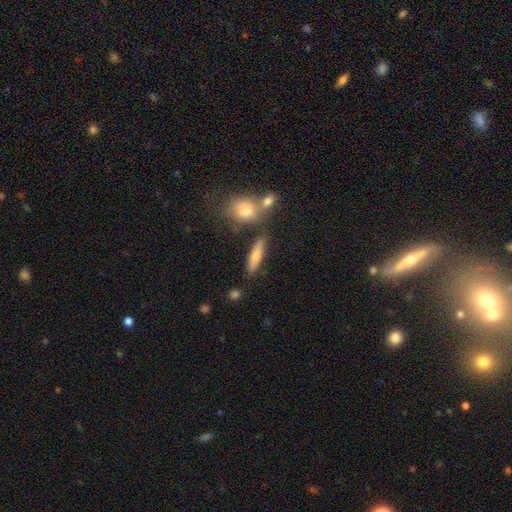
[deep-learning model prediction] Smooth or featured? smooth (71%)
How rounded? cigar-shaped (67%)
Merging? none (74%)